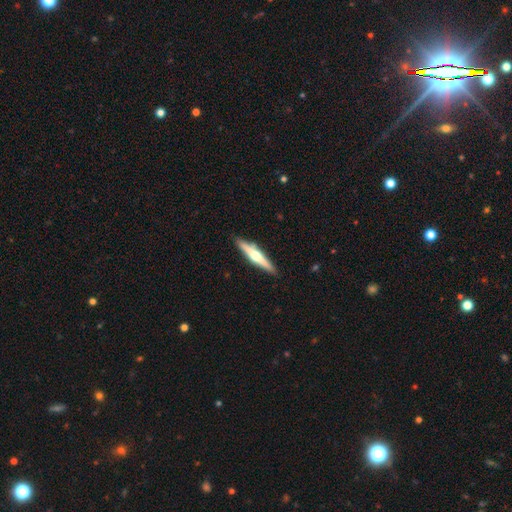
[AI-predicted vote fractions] Q: Smooth or featured?
A: featured or disk (67%); runner-up: smooth (28%)
Q: Edge-on disk?
A: yes (97%); runner-up: no (3%)
Q: Edge-on bulge?
A: rounded (92%); runner-up: none (4%)
Q: Merging?
A: none (89%); runner-up: minor disturbance (8%)